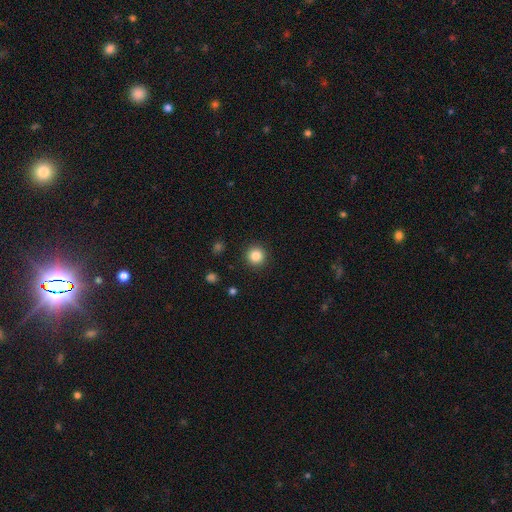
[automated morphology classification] Overall: smooth (85%). How rounded: round (95%). Merging: none (92%).